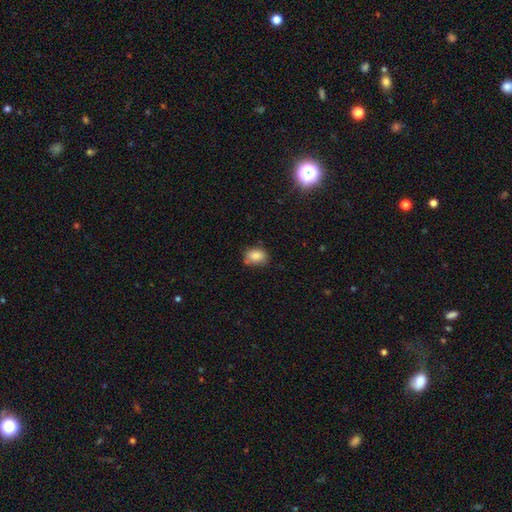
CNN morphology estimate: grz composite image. It shows a smooth galaxy with no disk features (85%) that is in between round and cigar-shaped (67%). Merging: none (71%).